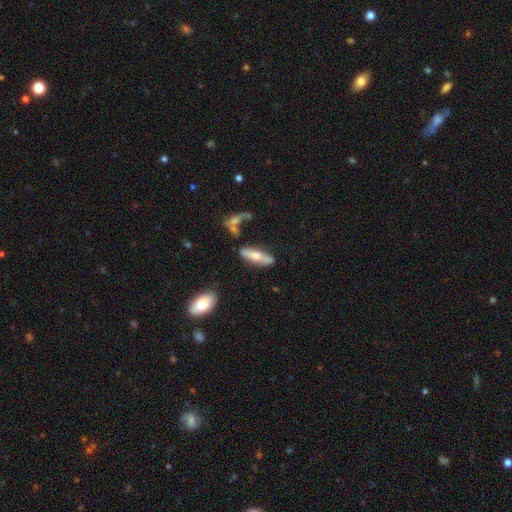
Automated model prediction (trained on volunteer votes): This is possibly a smooth galaxy (60%). How rounded: possibly cigar-shaped (59%). Merging: likely none (64%).